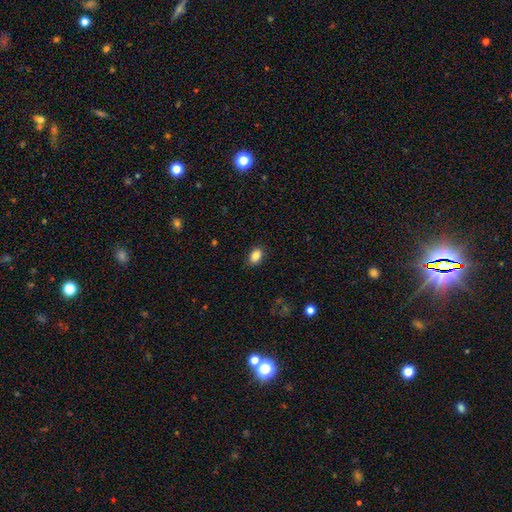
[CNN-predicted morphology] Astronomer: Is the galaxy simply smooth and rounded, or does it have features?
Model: smooth — 86%.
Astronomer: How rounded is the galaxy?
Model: in between — 84%.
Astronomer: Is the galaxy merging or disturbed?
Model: none — 86%.